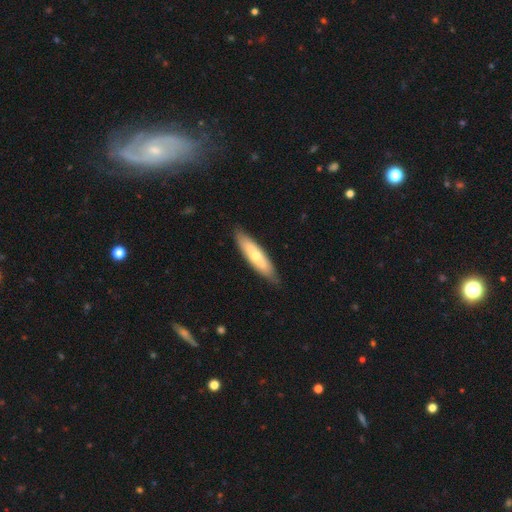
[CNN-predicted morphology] The model was most divided on "smooth or featured": smooth: 57%, featured or disk: 38%, star or artifact: 5%. More confident: merging — none (84%); how rounded — cigar-shaped (68%).